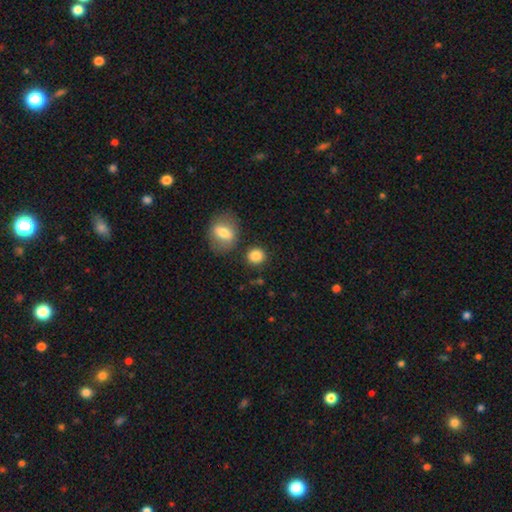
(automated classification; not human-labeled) Smooth or featured?
  - smooth: 85% *
  - star or artifact: 10%
  - featured or disk: 6%
How rounded?
  - round: 85% *
  - in between: 14%
  - cigar-shaped: 1%
Merging?
  - none: 80% *
  - minor disturbance: 9%
  - merger: 7%
  - major disturbance: 3%